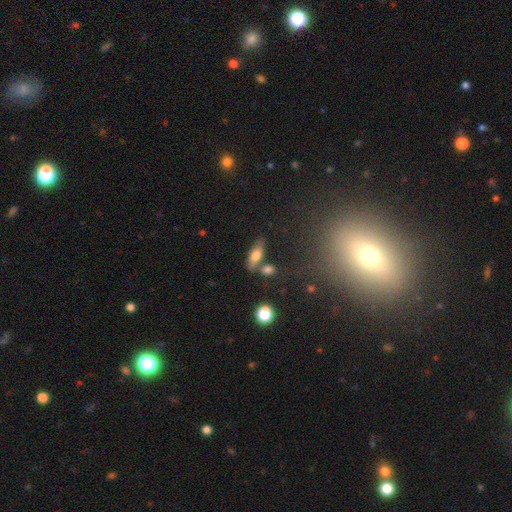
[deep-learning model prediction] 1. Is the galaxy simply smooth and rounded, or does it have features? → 68% smooth, 24% featured or disk, 8% star or artifact.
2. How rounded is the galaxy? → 67% in between, 29% cigar-shaped, 4% round.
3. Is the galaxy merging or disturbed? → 65% none, 16% merger, 14% minor disturbance, 4% major disturbance.